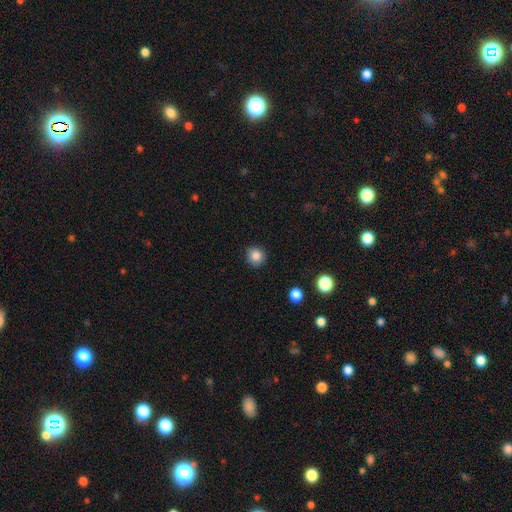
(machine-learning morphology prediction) This appears to be a smooth galaxy with no disk features (85%) that is round (91%). Merging: none (90%).